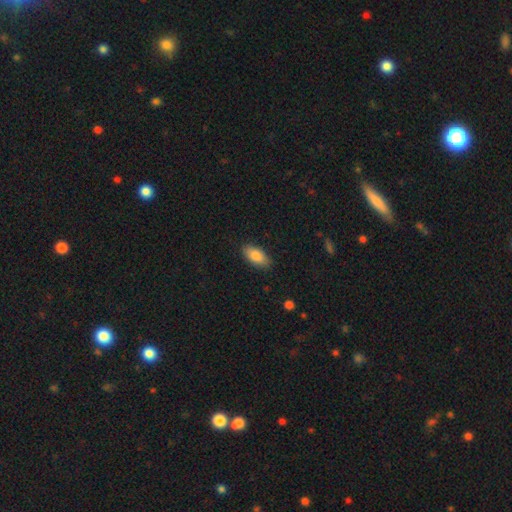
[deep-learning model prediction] smooth-or-featured: smooth: 84% | featured or disk: 9% | star or artifact: 7%
  how-rounded: in between: 91% | cigar-shaped: 7% | round: 3%
  merging: none: 86% | minor disturbance: 11% | major disturbance: 2% | merger: 1%